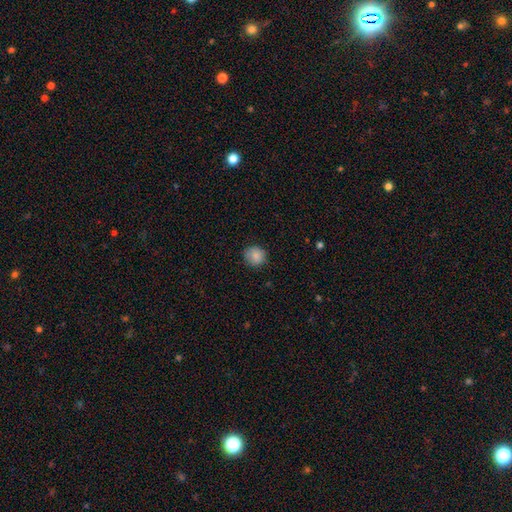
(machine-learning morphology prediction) smooth 86%, star or artifact 9%, featured or disk 5%. Down the decision tree: how rounded — round (91%); merging — none (84%).